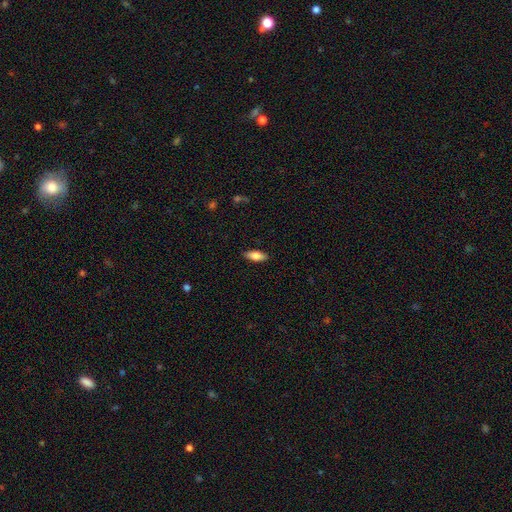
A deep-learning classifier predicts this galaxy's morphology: smooth_or_featured: smooth (p=0.81) [alt: featured or disk p=0.13]
how_rounded: in between (p=0.80) [alt: cigar-shaped p=0.18]
merging: none (p=0.89) [alt: minor disturbance p=0.08]